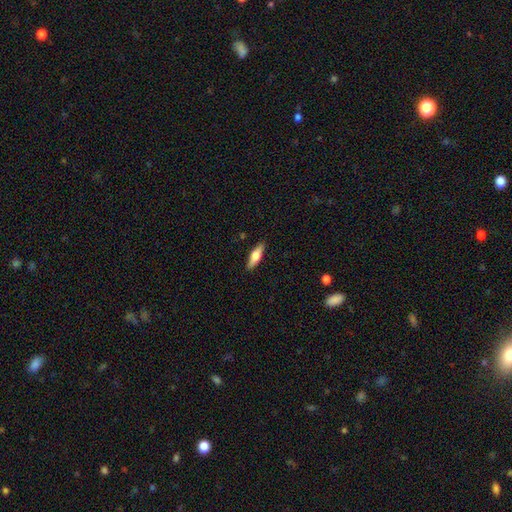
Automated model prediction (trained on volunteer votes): This appears to be a smooth galaxy with no disk features (56%) that is cigar-shaped (51%). Merging: none (89%).